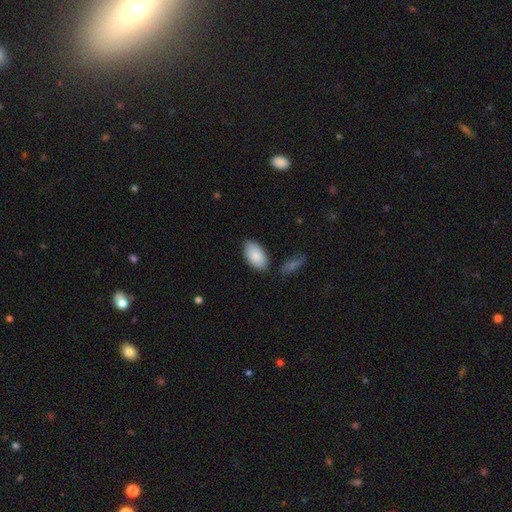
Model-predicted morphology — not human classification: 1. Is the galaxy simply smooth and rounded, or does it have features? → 86% smooth, 8% featured or disk, 6% star or artifact.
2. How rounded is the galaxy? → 95% in between, 3% round, 2% cigar-shaped.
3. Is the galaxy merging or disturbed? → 78% none, 14% minor disturbance, 5% merger, 3% major disturbance.